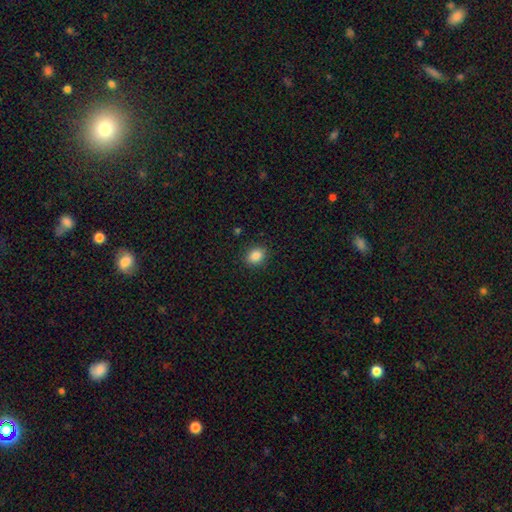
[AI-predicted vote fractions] smooth 86%, star or artifact 10%, featured or disk 4%. Down the decision tree: how rounded — in between (53%); merging — none (88%).